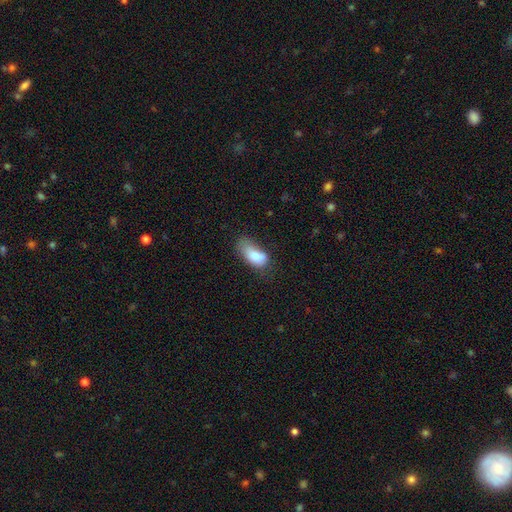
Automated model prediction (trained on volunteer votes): smooth-or-featured: smooth: 80% | featured or disk: 12% | star or artifact: 8%
  how-rounded: in between: 89% | cigar-shaped: 7% | round: 3%
  merging: minor disturbance: 38% | none: 32% | major disturbance: 25% | merger: 5%